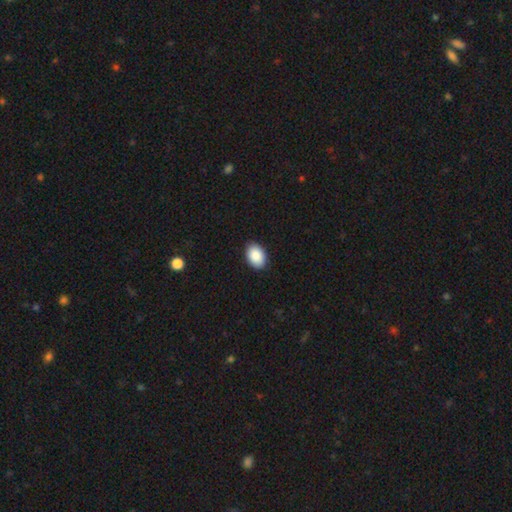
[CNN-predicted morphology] Smooth or featured? Predicted: smooth (p=0.90). How rounded? Predicted: in between (p=0.85). Merging? Predicted: none (p=0.89).